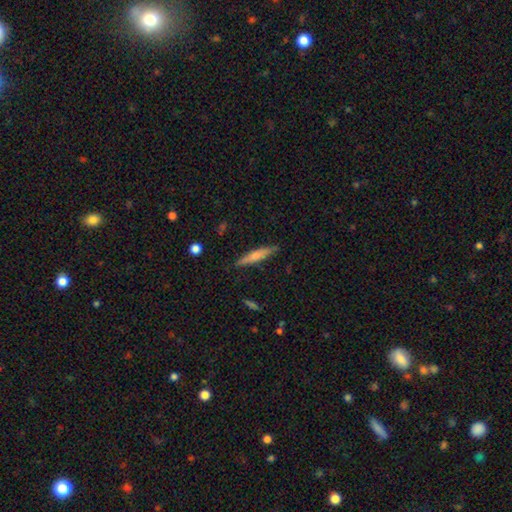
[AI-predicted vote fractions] smooth 55%, featured or disk 38%, star or artifact 6%. Down the decision tree: how rounded — cigar-shaped (89%); merging — none (86%).